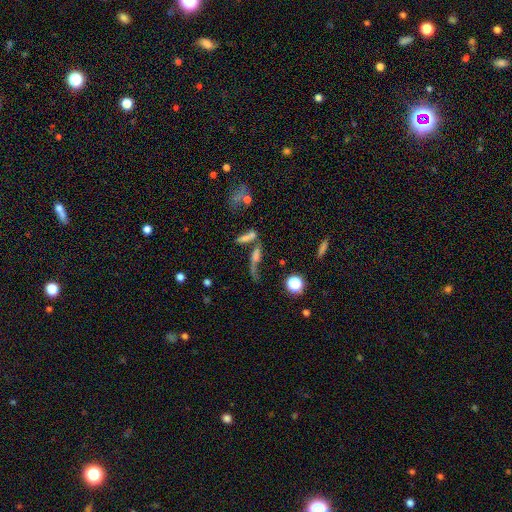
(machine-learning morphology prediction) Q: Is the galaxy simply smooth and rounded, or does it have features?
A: featured or disk — 40%.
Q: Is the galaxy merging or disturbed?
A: none — 34%.